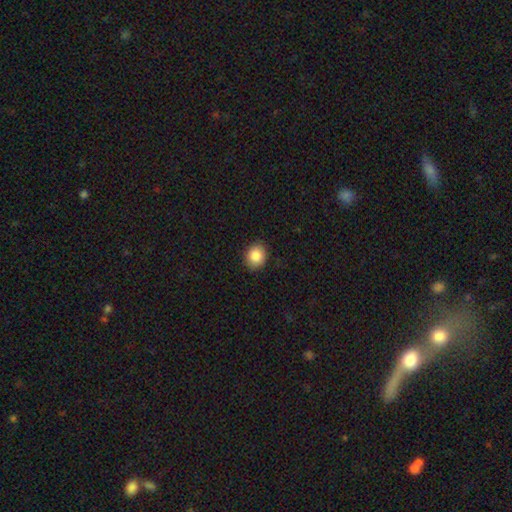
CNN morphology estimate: Overall: smooth (87%). How rounded: round (69%; in between 31%). Merging: none (89%).